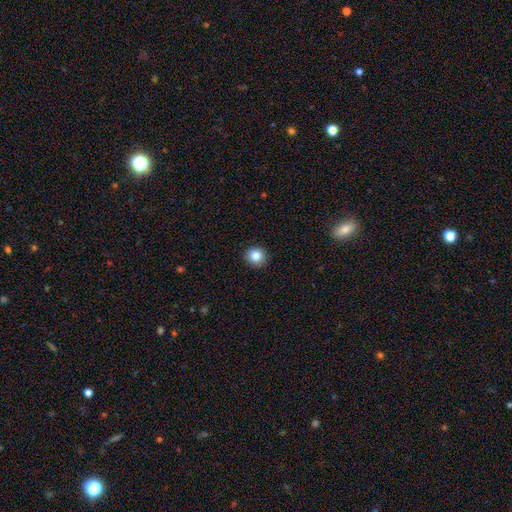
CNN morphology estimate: A smooth galaxy with no disk features (83%) that is round (89%). Merging: none (92%).